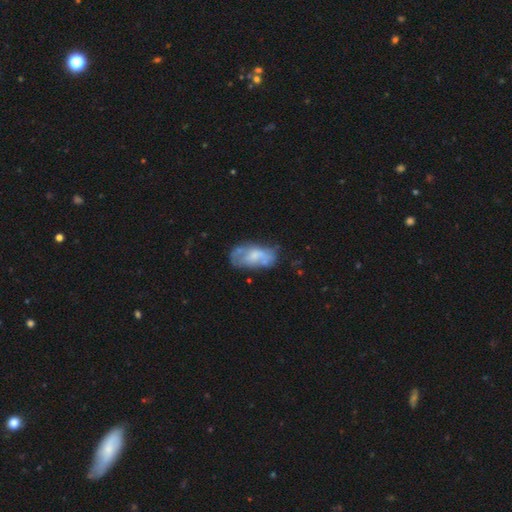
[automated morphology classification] Smooth or featured? Predicted: featured or disk (p=0.47). Merging? Predicted: none (p=0.44).